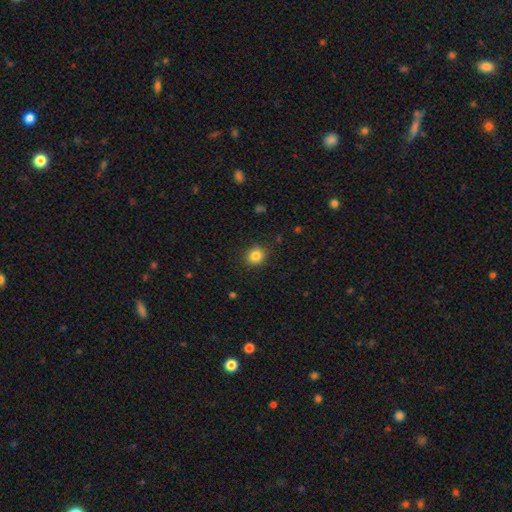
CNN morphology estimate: smooth 84%, star or artifact 11%, featured or disk 5%. Down the decision tree: how rounded — round (81%); merging — none (90%).